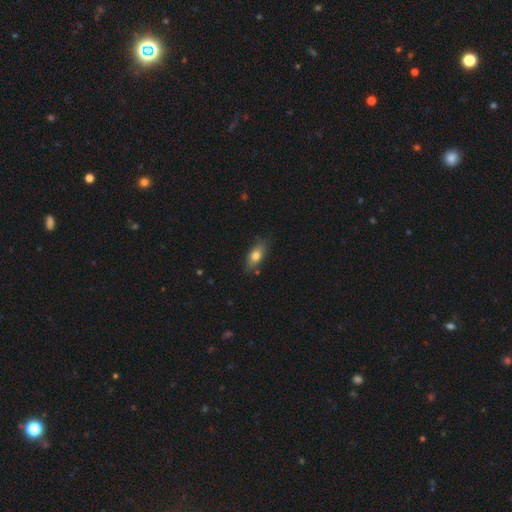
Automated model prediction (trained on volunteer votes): This is likely a smooth galaxy (75%). How rounded: clearly in between (82%). Merging: likely none (77%).